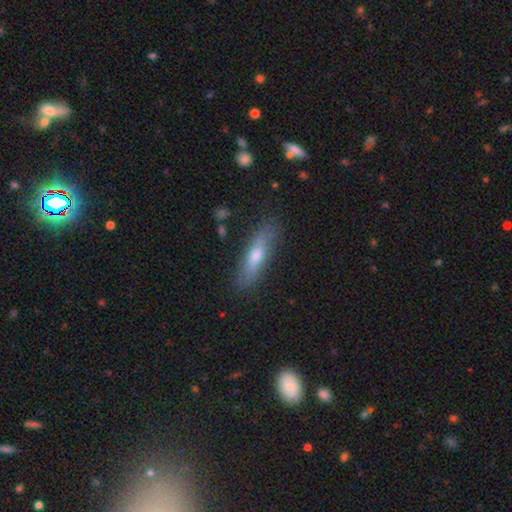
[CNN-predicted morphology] Smooth or featured? Predicted: smooth (p=0.56). How rounded? Predicted: cigar-shaped (p=0.74). Merging? Predicted: none (p=0.82).